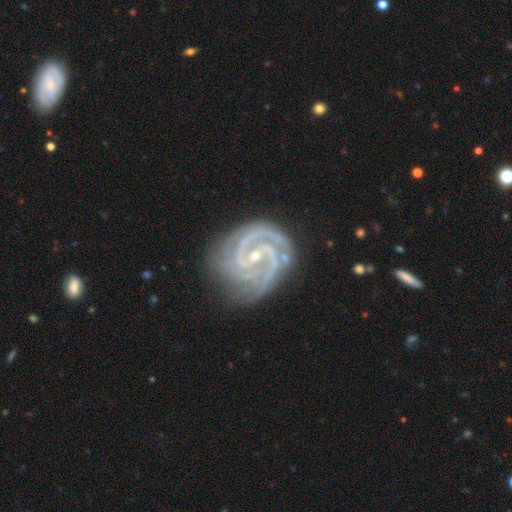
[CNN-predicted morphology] type=featured or disk (93%); edge-on=no (98%); bar=no (39%); spiral arms=yes (99%); winding=tight (71%); arm count=3 (38%); bulge=small (77%); merging=none (73%).